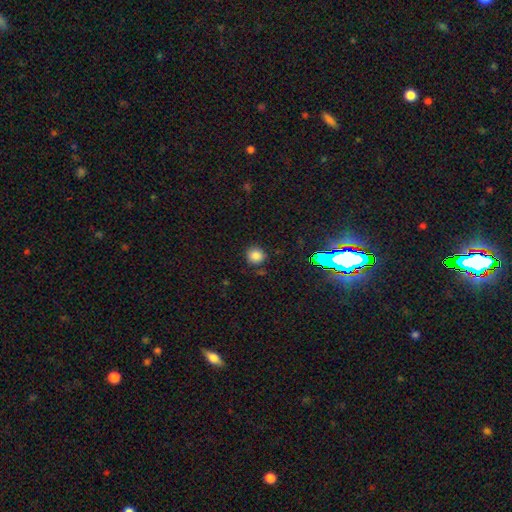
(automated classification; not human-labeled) Smooth or featured?
  - smooth: 81% *
  - star or artifact: 15%
  - featured or disk: 4%
How rounded?
  - round: 90% *
  - in between: 9%
  - cigar-shaped: 1%
Merging?
  - none: 82% *
  - minor disturbance: 12%
  - major disturbance: 3%
  - merger: 2%